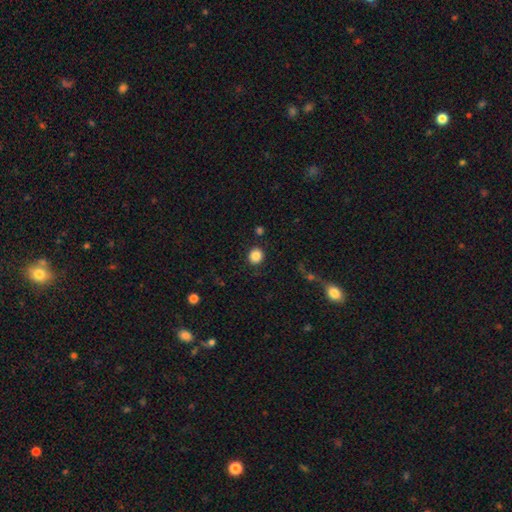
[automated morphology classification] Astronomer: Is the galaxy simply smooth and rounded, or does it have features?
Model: smooth — 85%.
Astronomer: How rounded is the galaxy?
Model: round — 87%.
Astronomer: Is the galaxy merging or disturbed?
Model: none — 89%.